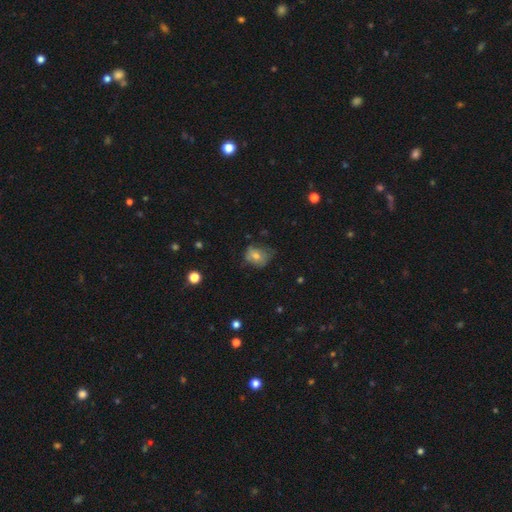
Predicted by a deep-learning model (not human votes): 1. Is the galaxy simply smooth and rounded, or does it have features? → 63% smooth, 24% featured or disk, 12% star or artifact.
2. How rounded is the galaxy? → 51% in between, 48% round, 1% cigar-shaped.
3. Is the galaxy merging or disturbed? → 47% none, 34% minor disturbance, 17% major disturbance, 2% merger.